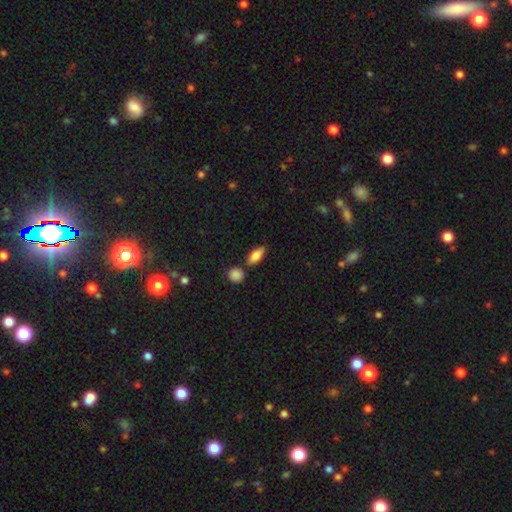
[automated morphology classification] Smooth or featured?
  - smooth: 79% *
  - featured or disk: 14%
  - star or artifact: 7%
How rounded?
  - in between: 75% *
  - cigar-shaped: 21%
  - round: 4%
Merging?
  - none: 74% *
  - minor disturbance: 14%
  - merger: 9%
  - major disturbance: 3%